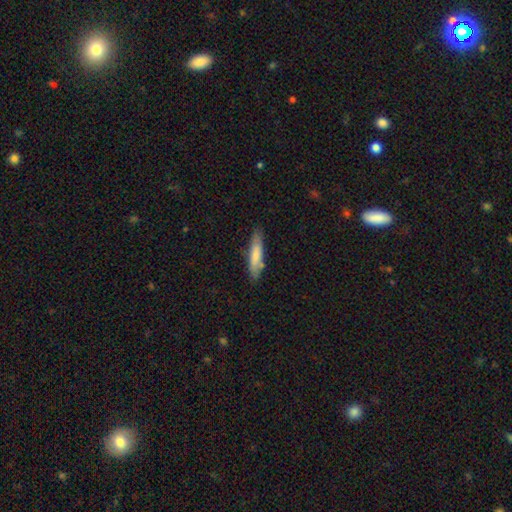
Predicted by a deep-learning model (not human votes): smooth 75%, featured or disk 19%, star or artifact 6%. Down the decision tree: how rounded — cigar-shaped (73%); merging — none (78%).